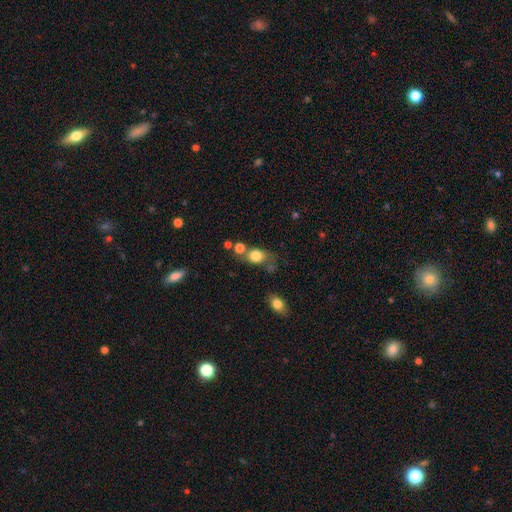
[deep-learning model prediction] Smooth or featured? Predicted: smooth (p=0.80). How rounded? Predicted: in between (p=0.50). Merging? Predicted: none (p=0.48).